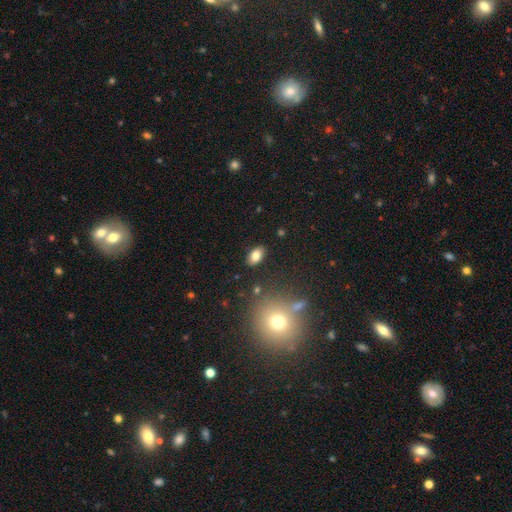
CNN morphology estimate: Overall: smooth (79%). How rounded: in between (91%). Merging: none (86%).